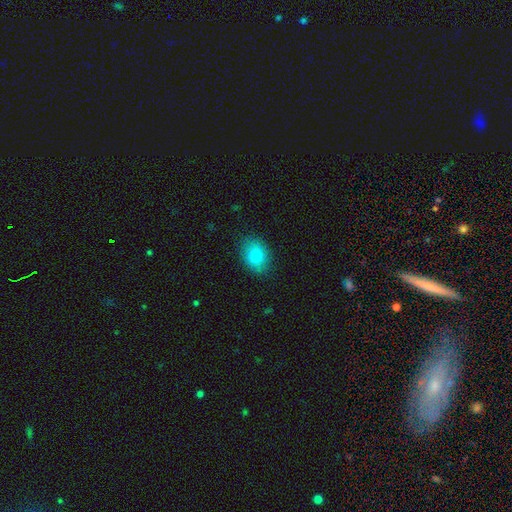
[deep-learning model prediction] smooth-or-featured: smooth: 82% | featured or disk: 10% | star or artifact: 8%
  how-rounded: in between: 72% | round: 27% | cigar-shaped: 1%
  merging: none: 84% | minor disturbance: 12% | major disturbance: 3% | merger: 1%